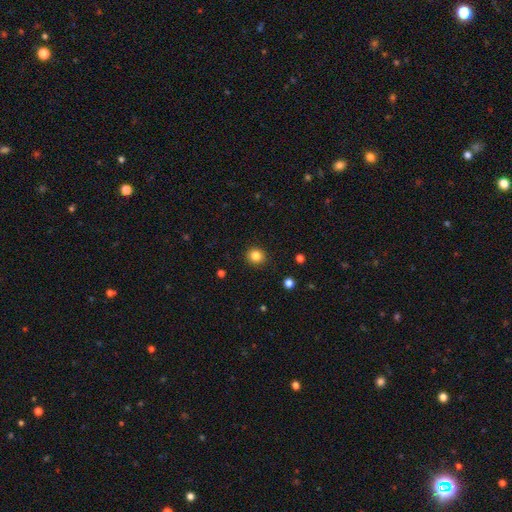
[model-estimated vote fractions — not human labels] Smooth or featured?
  - smooth: 84% *
  - star or artifact: 11%
  - featured or disk: 5%
How rounded?
  - round: 88% *
  - in between: 11%
  - cigar-shaped: 1%
Merging?
  - none: 91% *
  - minor disturbance: 6%
  - major disturbance: 2%
  - merger: 1%